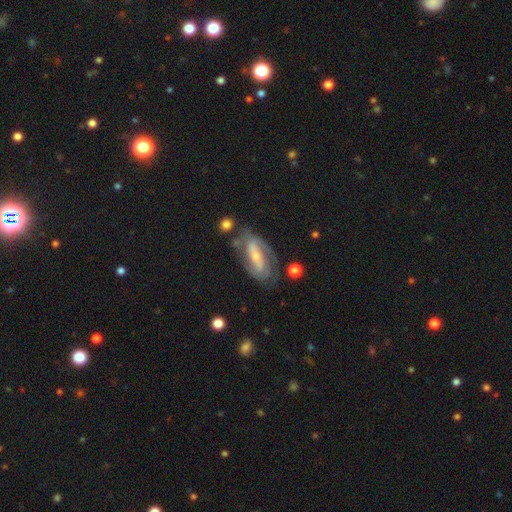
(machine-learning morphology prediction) The model was most divided on "spiral winding": medium: 42%, tight: 40%, loose: 19%. Remaining: edge-on disk — no (91%); spiral arms — yes (89%); smooth or featured — featured or disk (78%); spiral arm count — 2 (77%); merging — none (69%); bulge size — small (65%); bar — strong (44%).